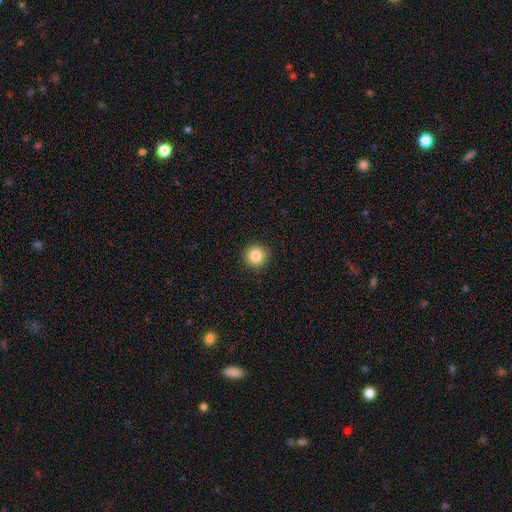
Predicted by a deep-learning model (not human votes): smooth 85%, star or artifact 10%, featured or disk 5%. Down the decision tree: how rounded — round (94%); merging — none (93%).